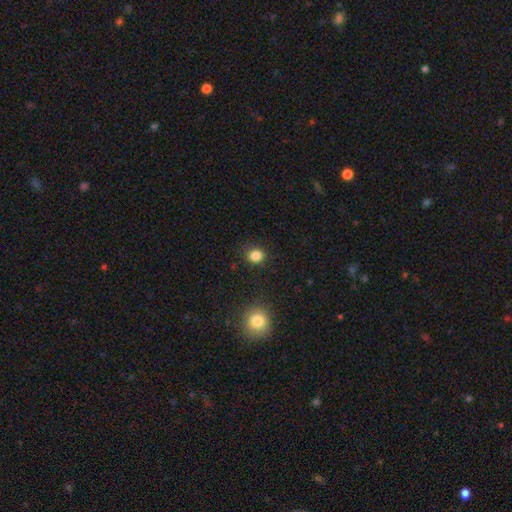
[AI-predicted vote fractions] smooth-or-featured: smooth: 84% | star or artifact: 12% | featured or disk: 4%
  how-rounded: round: 74% | in between: 25% | cigar-shaped: 1%
  merging: none: 87% | minor disturbance: 9% | major disturbance: 3% | merger: 2%